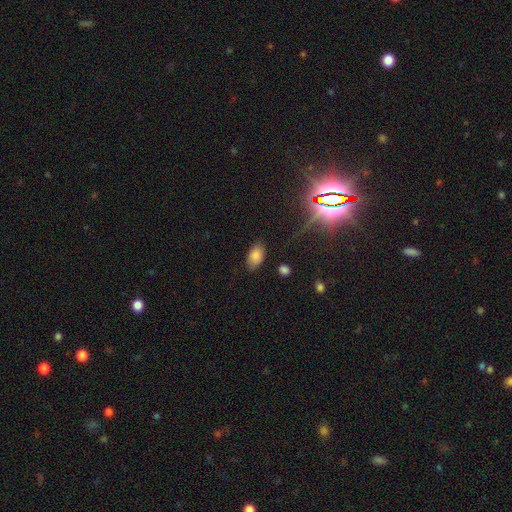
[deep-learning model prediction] Smooth or featured? Predicted: smooth (p=0.83). How rounded? Predicted: in between (p=0.91). Merging? Predicted: none (p=0.81).